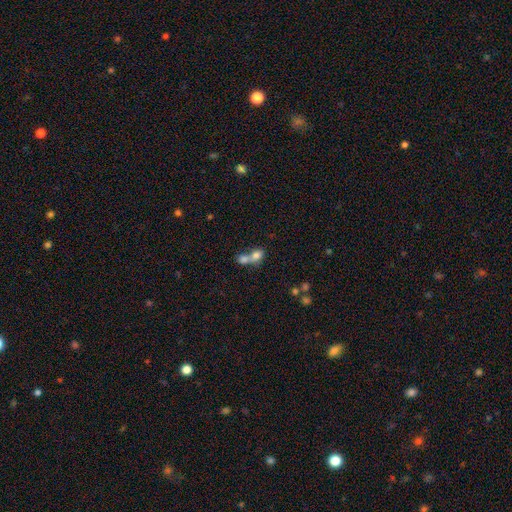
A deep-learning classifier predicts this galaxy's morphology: smooth-or-featured: smooth: 73% | featured or disk: 16% | star or artifact: 11%
  how-rounded: in between: 62% | round: 36% | cigar-shaped: 3%
  merging: merger: 74% | none: 17% | minor disturbance: 5% | major disturbance: 4%